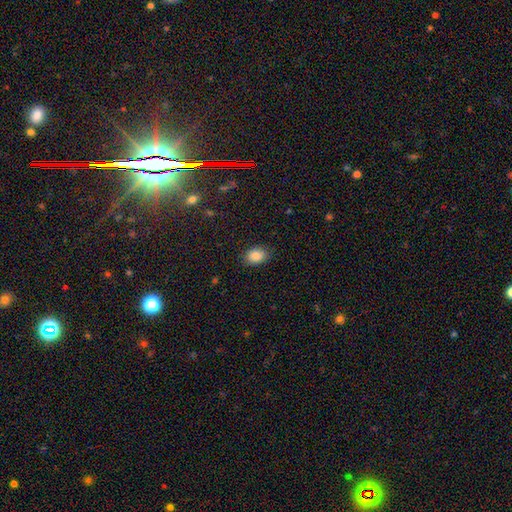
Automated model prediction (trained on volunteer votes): Morphology: type=smooth (87%); roundness=in between (70%); merging=none (84%).